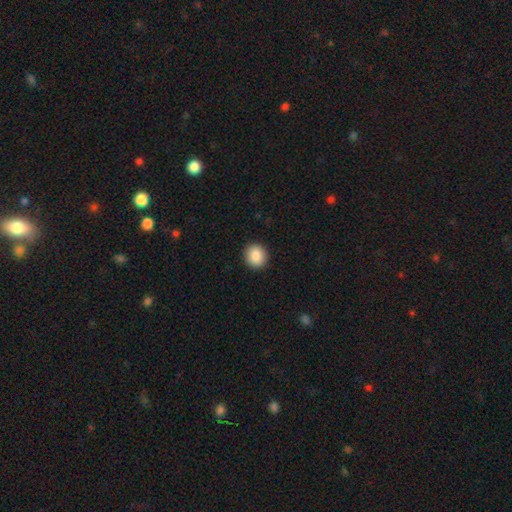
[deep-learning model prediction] This appears to be a smooth galaxy with no disk features (88%) that is round (81%). Merging: none (92%).